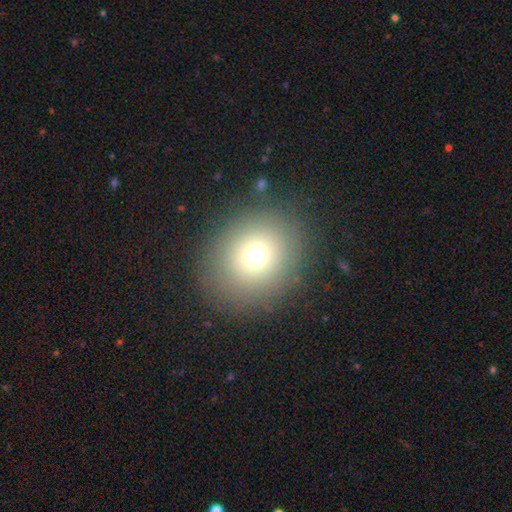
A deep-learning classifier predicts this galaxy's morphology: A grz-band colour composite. It shows a smooth galaxy with no disk features (71%) that is round (75%). Merging: none (86%).